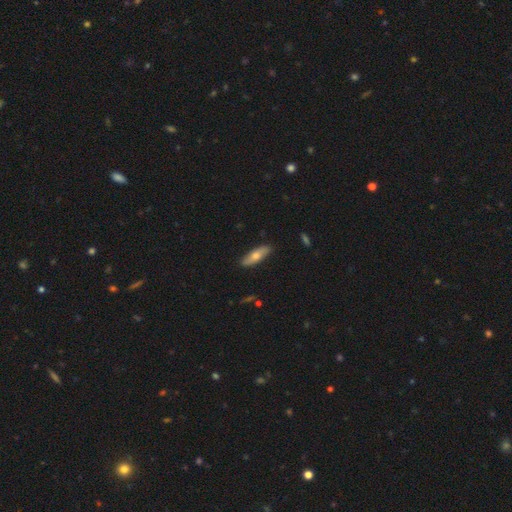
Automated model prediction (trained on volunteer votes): This appears to be a smooth galaxy with no disk features (59%) that is cigar-shaped (53%). Merging: none (88%).